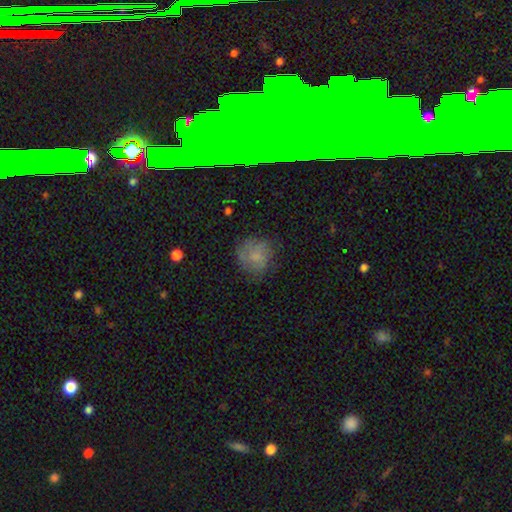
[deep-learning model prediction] This appears to be a smooth galaxy with no disk features (62%) that is round (82%). Merging: none (66%).